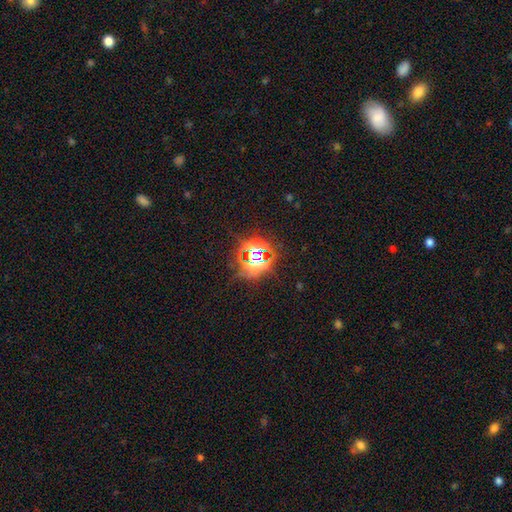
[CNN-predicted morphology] Smooth or featured: star or artifact — 74% (smooth — 17%)